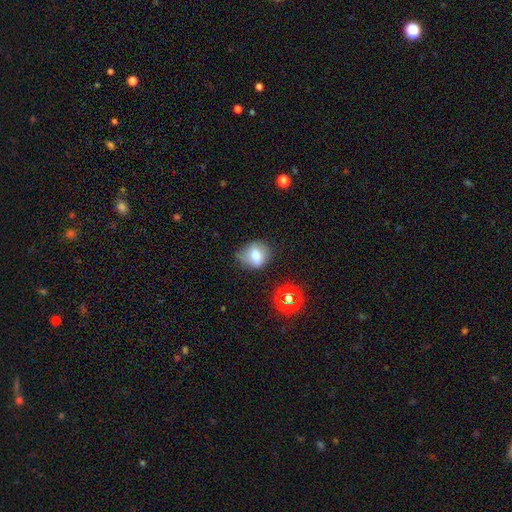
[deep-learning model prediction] Smooth or featured?
  - smooth: 68% *
  - featured or disk: 20%
  - star or artifact: 12%
How rounded?
  - round: 52% *
  - in between: 46%
  - cigar-shaped: 2%
Merging?
  - none: 56% *
  - minor disturbance: 31%
  - major disturbance: 10%
  - merger: 3%